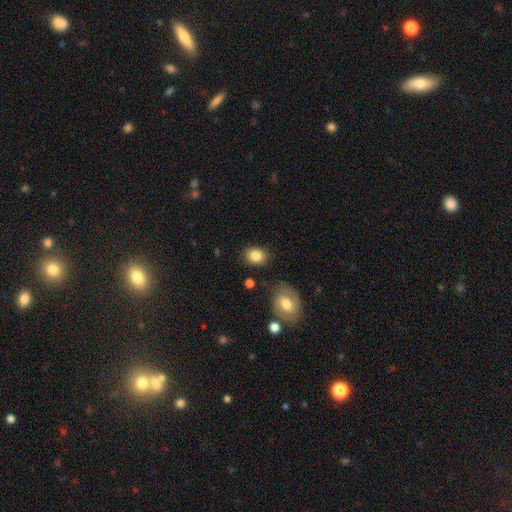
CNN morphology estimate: Smooth or featured?
  - smooth: 85% *
  - star or artifact: 8%
  - featured or disk: 7%
How rounded?
  - in between: 61% *
  - round: 38%
  - cigar-shaped: 1%
Merging?
  - none: 82% *
  - minor disturbance: 11%
  - merger: 3%
  - major disturbance: 3%